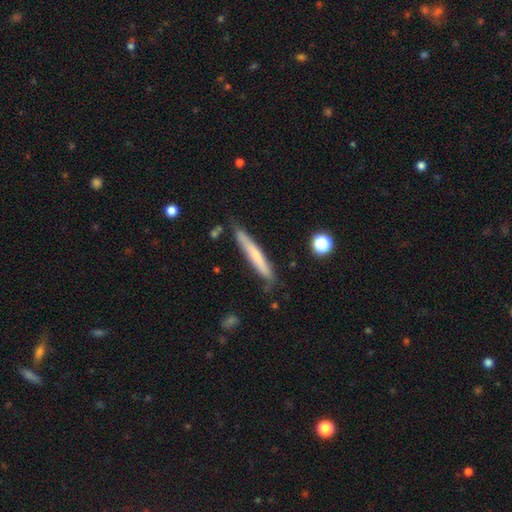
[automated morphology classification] smooth 57%, featured or disk 37%, star or artifact 6%. Down the decision tree: how rounded — cigar-shaped (95%); merging — none (77%).